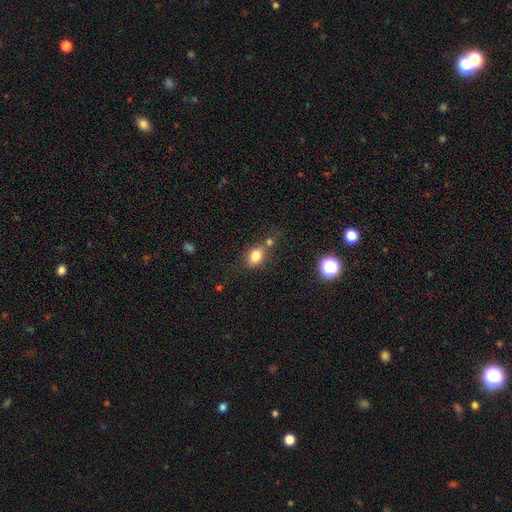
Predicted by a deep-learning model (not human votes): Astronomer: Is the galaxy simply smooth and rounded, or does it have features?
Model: smooth — 79%.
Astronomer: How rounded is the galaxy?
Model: in between — 66%.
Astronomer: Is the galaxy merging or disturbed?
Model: none — 52%.